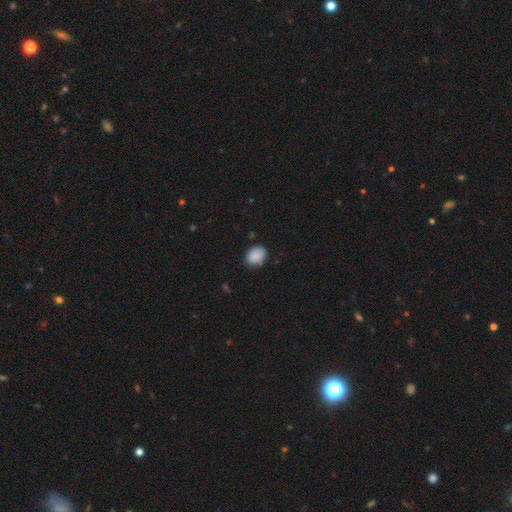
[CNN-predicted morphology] smooth_or_featured: smooth (p=0.89) [alt: star or artifact p=0.08]
how_rounded: in between (p=0.53) [alt: round p=0.46]
merging: none (p=0.82) [alt: minor disturbance p=0.14]